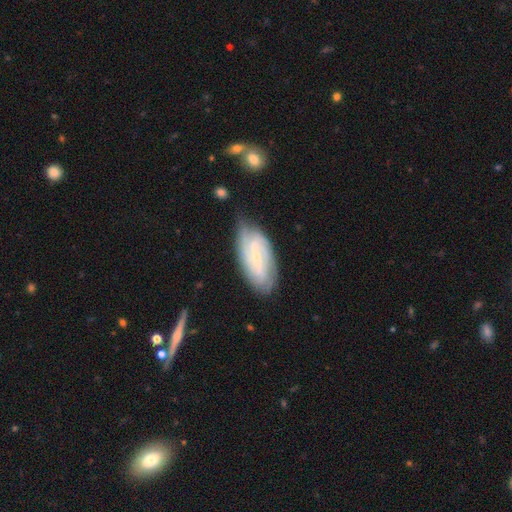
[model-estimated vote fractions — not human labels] smooth-or-featured: featured or disk: 70% | smooth: 23% | star or artifact: 7%
  disk-edge-on: no: 92% | yes: 8%
    bar: weak: 46% | strong: 28% | no: 26%
    has-spiral-arms: yes: 88% | no: 12%
      spiral-winding: tight: 50% | medium: 34% | loose: 15%
      spiral-arm-count: 2: 43% | can't tell: 36% | 3: 10% | 4: 5% | 1: 3% | more than 4: 3%
    bulge-size: small: 75% | moderate: 18% | none: 5% | large: 1% | dominant: 1%
  merging: none: 69% | minor disturbance: 23% | major disturbance: 5% | merger: 2%